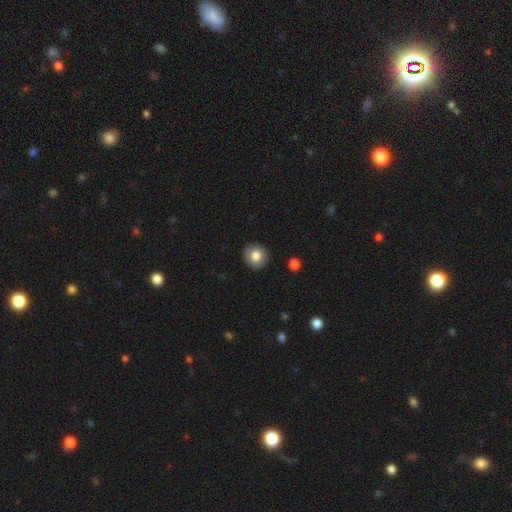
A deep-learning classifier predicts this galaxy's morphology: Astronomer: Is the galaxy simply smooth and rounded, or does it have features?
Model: smooth — 78%.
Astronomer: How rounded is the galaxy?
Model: round — 86%.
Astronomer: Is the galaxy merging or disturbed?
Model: none — 88%.